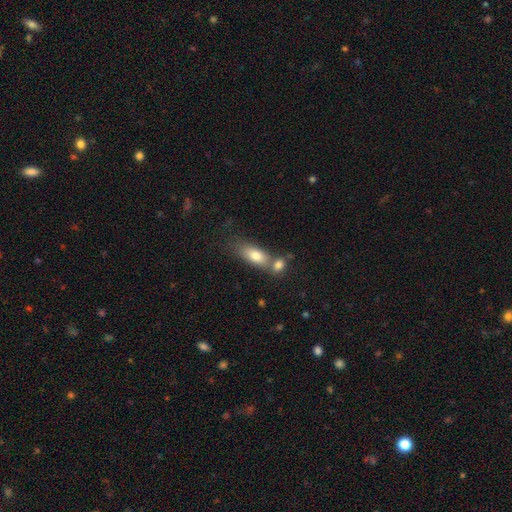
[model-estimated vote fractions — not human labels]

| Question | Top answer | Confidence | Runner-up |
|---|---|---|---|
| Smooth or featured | smooth | 76% | featured or disk (16%) |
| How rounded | in between | 75% | cigar-shaped (19%) |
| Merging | merger | 44% | none (39%) |